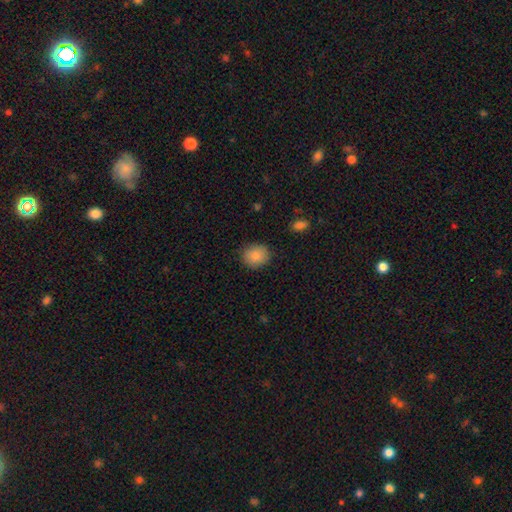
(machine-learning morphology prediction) smooth_or_featured: smooth (p=0.86) [alt: star or artifact p=0.08]
how_rounded: round (p=0.76) [alt: in between p=0.23]
merging: none (p=0.85) [alt: minor disturbance p=0.11]